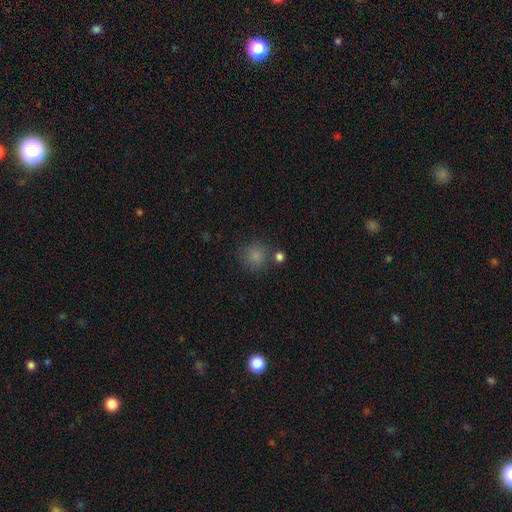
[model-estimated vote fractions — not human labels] Q: Smooth or featured?
A: smooth (81%); runner-up: star or artifact (13%)
Q: How rounded?
A: round (90%); runner-up: in between (9%)
Q: Merging?
A: none (75%); runner-up: minor disturbance (11%)